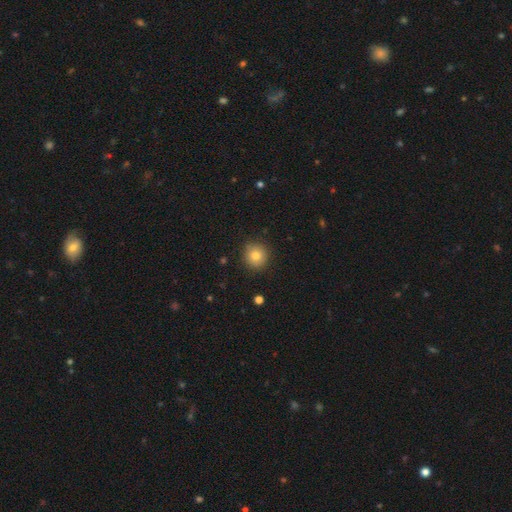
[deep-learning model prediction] smooth_or_featured: smooth (p=0.80) [alt: star or artifact p=0.11]
how_rounded: round (p=0.92) [alt: in between p=0.07]
merging: none (p=0.87) [alt: minor disturbance p=0.10]